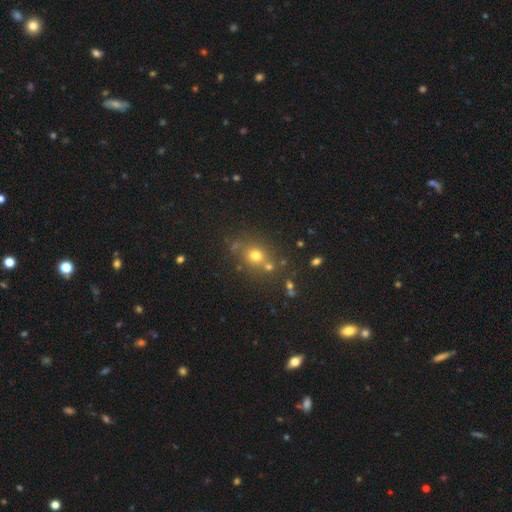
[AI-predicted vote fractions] Smooth or featured? Predicted: smooth (p=0.65). How rounded? Predicted: round (p=0.76). Merging? Predicted: none (p=0.69).